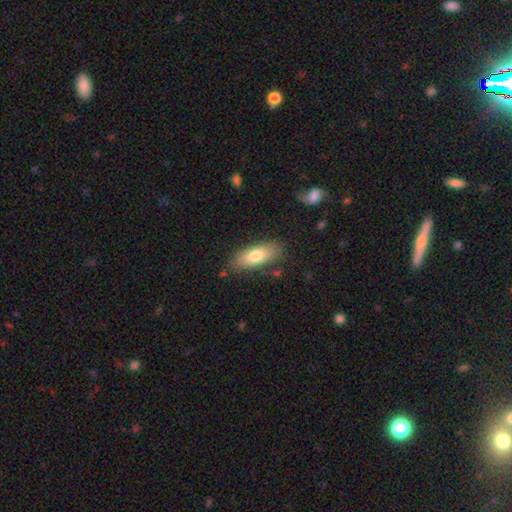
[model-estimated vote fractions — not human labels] smooth-or-featured: smooth: 76% | featured or disk: 18% | star or artifact: 6%
  how-rounded: in between: 75% | cigar-shaped: 22% | round: 2%
  merging: none: 81% | minor disturbance: 13% | major disturbance: 3% | merger: 2%